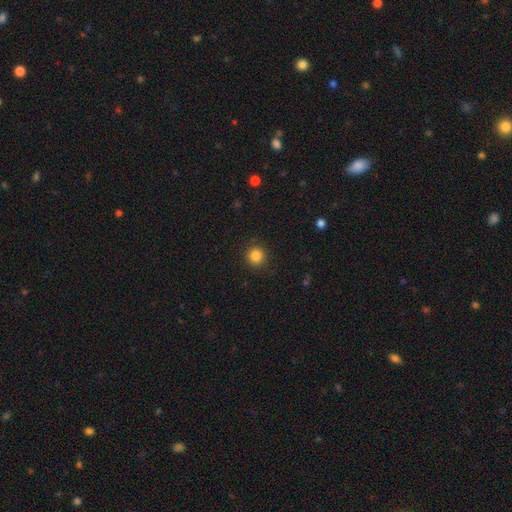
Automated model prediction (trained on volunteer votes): Overall: smooth (85%). How rounded: round (93%). Merging: none (90%).